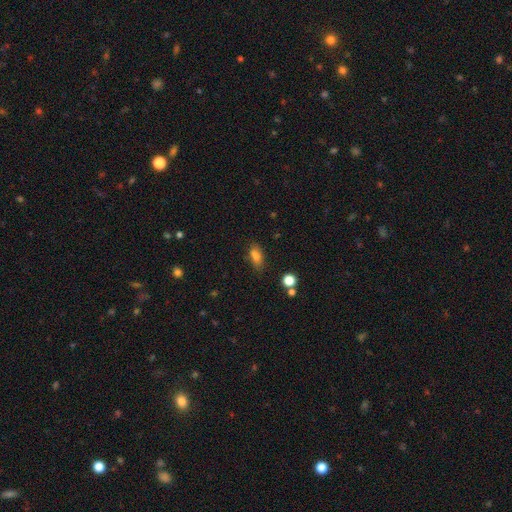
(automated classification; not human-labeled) Smooth or featured? Predicted: smooth (p=0.79). How rounded? Predicted: in between (p=0.78). Merging? Predicted: none (p=0.70).